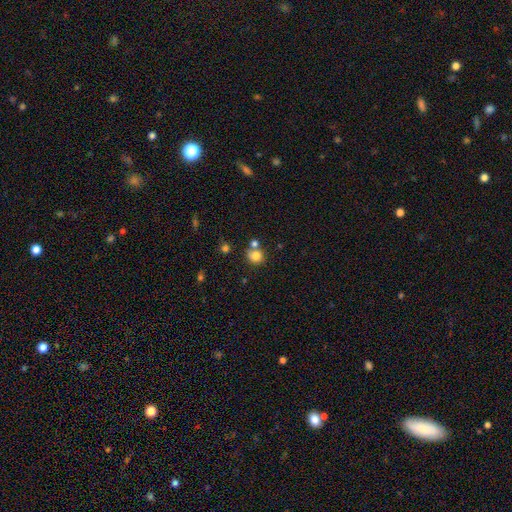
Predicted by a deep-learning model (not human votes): Q: Smooth or featured?
A: smooth (80%); runner-up: star or artifact (12%)
Q: How rounded?
A: round (85%); runner-up: in between (14%)
Q: Merging?
A: none (61%); runner-up: merger (25%)